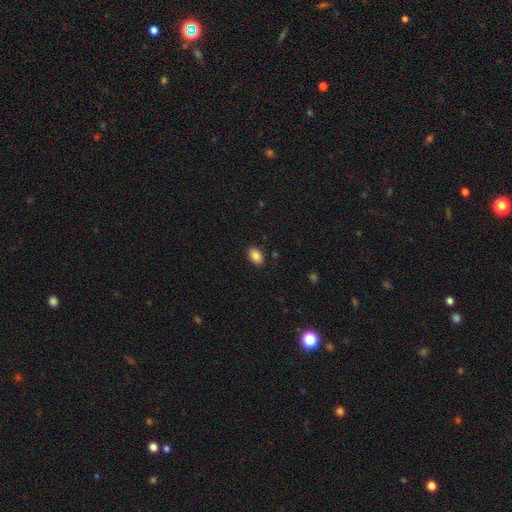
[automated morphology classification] Overall: smooth (87%). How rounded: in between (87%). Merging: none (88%).